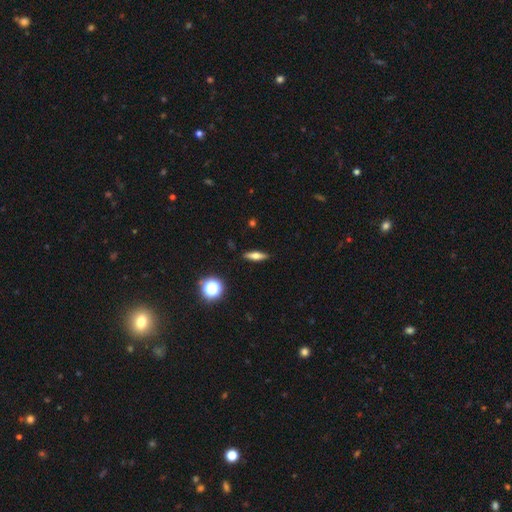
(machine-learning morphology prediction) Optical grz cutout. It shows a smooth galaxy with no disk features (55%) that is cigar-shaped (58%). Merging: none (89%).